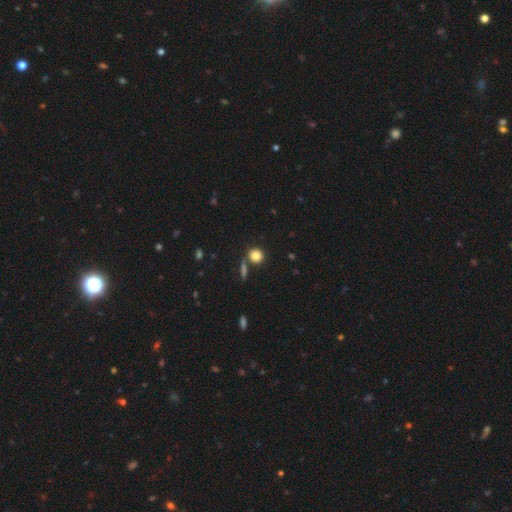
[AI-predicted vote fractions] This is clearly a smooth galaxy (83%). How rounded: clearly round (83%). Merging: likely none (74%).